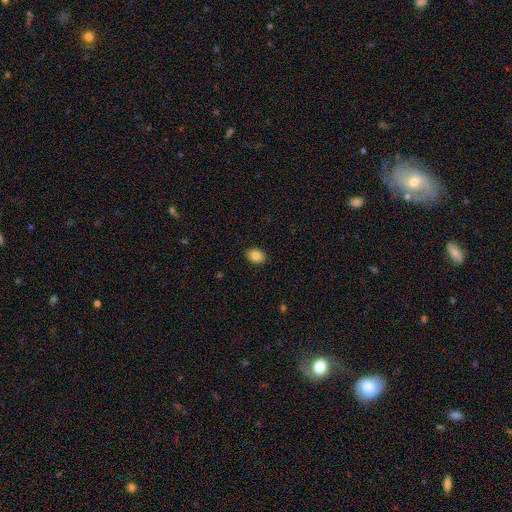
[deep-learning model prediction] Q: Smooth or featured?
A: smooth (84%); runner-up: star or artifact (8%)
Q: How rounded?
A: in between (76%); runner-up: round (23%)
Q: Merging?
A: none (89%); runner-up: minor disturbance (8%)